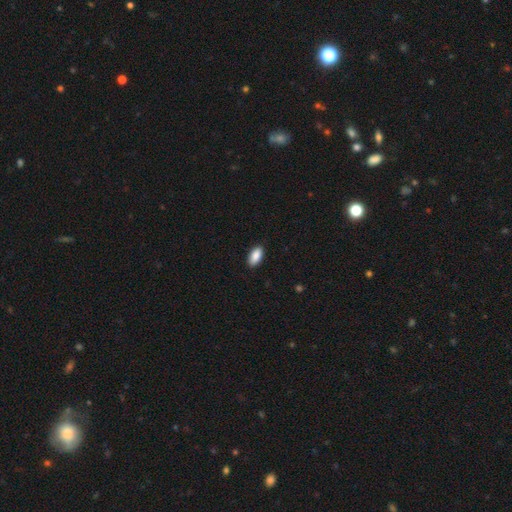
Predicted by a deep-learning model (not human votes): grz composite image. It shows a smooth galaxy with no disk features (90%) that is in between round and cigar-shaped (93%). Merging: none (90%).